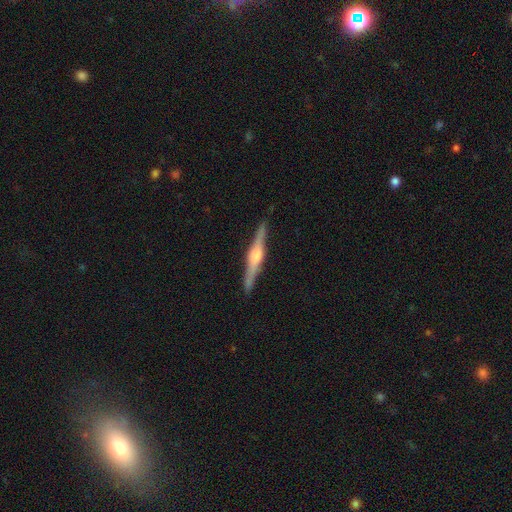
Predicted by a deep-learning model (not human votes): Overall: featured or disk (78%). Edge-on disk: yes (98%). Edge-on bulge: rounded (77%). Merging: none (90%).